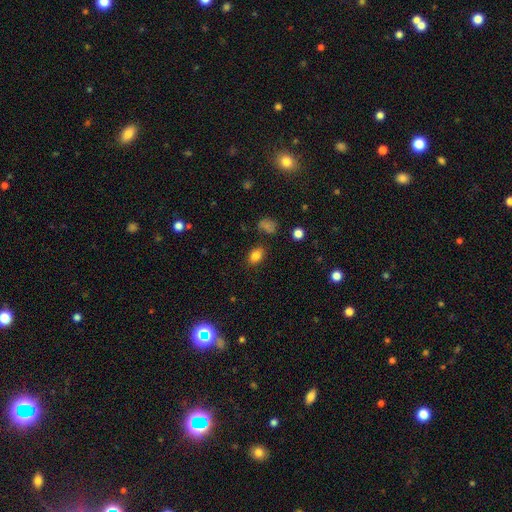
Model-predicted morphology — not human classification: Smooth or featured?
  - smooth: 83% *
  - star or artifact: 11%
  - featured or disk: 6%
How rounded?
  - in between: 74% *
  - round: 25%
  - cigar-shaped: 1%
Merging?
  - none: 82% *
  - minor disturbance: 11%
  - major disturbance: 4%
  - merger: 3%